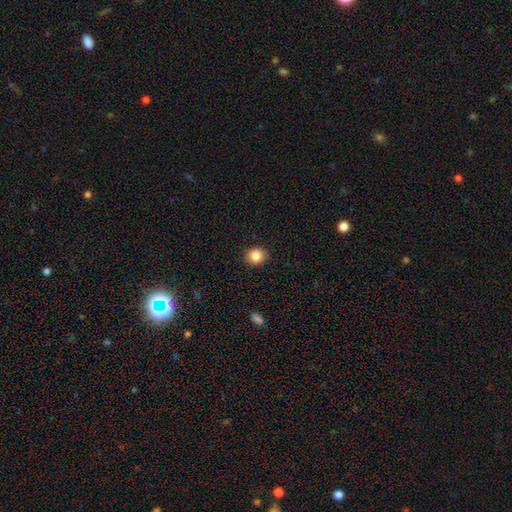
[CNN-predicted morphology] A smooth galaxy with no disk features (86%) that is round (72%). Merging: none (88%).